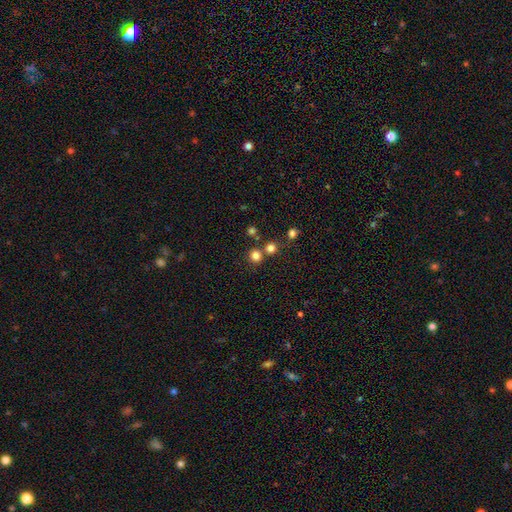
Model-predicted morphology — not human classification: smooth_or_featured: smooth (p=0.79) [alt: star or artifact p=0.15]
how_rounded: round (p=0.91) [alt: in between p=0.08]
merging: none (p=0.73) [alt: merger p=0.17]